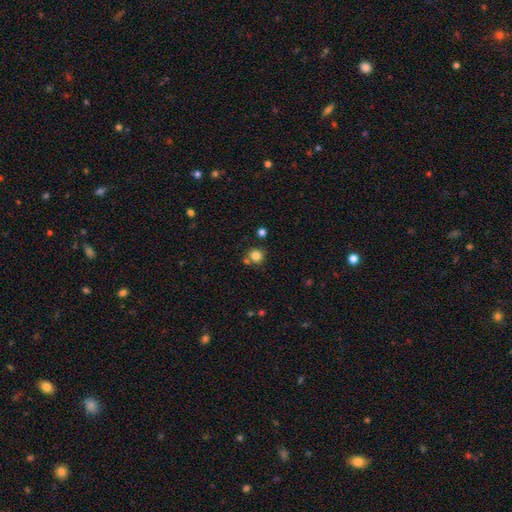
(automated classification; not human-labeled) Q: Smooth or featured?
A: smooth (82%); runner-up: star or artifact (12%)
Q: How rounded?
A: round (91%); runner-up: in between (8%)
Q: Merging?
A: none (71%); runner-up: merger (16%)